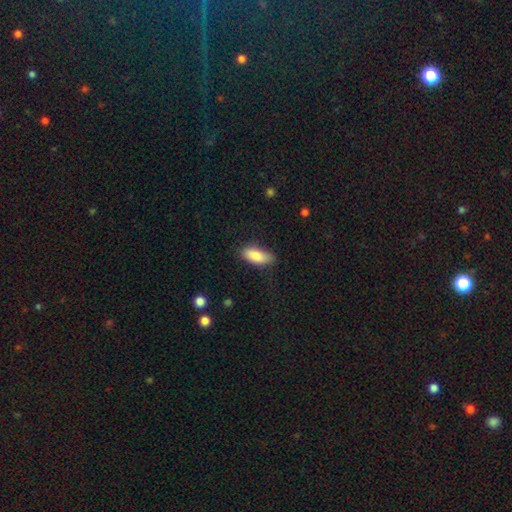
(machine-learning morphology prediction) smooth-or-featured: smooth: 84% | featured or disk: 9% | star or artifact: 7%
  how-rounded: in between: 81% | cigar-shaped: 17% | round: 2%
  merging: none: 74% | minor disturbance: 20% | major disturbance: 5% | merger: 2%